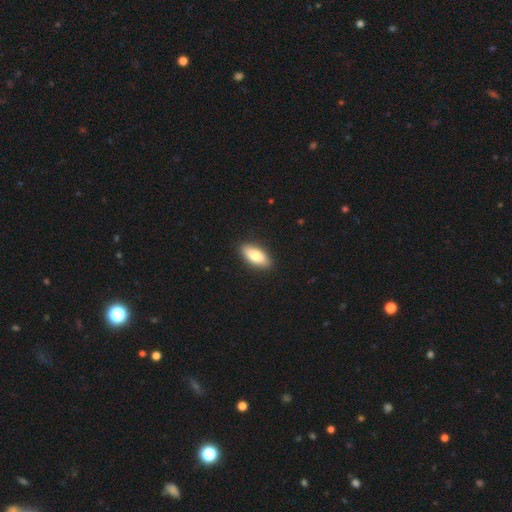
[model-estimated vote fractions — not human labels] Smooth or featured?
  - smooth: 79% *
  - featured or disk: 15%
  - star or artifact: 6%
How rounded?
  - in between: 82% *
  - cigar-shaped: 15%
  - round: 2%
Merging?
  - none: 89% *
  - minor disturbance: 8%
  - major disturbance: 2%
  - merger: 1%